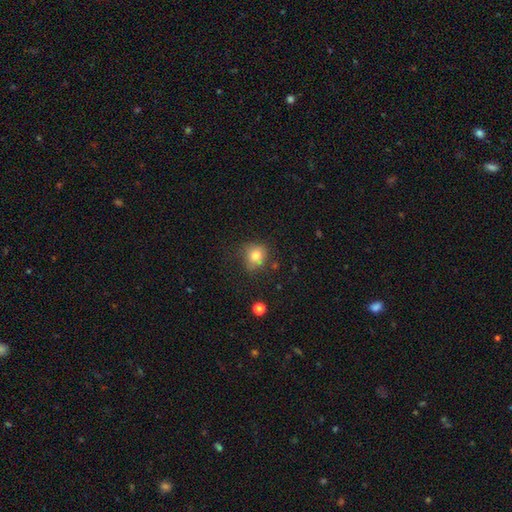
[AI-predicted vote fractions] smooth_or_featured: smooth (p=0.80) [alt: star or artifact p=0.12]
how_rounded: round (p=0.81) [alt: in between p=0.18]
merging: none (p=0.69) [alt: minor disturbance p=0.21]